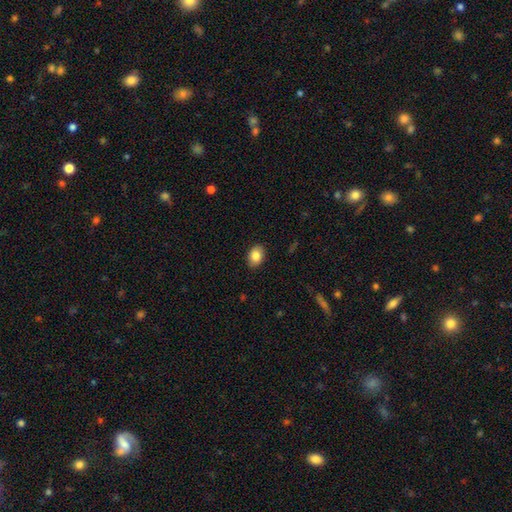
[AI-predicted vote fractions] A smooth galaxy with no disk features (85%) that is in between round and cigar-shaped (76%).

Vote fractions:
- Smooth or featured? smooth: 85% / star or artifact: 8% / featured or disk: 7%
- How rounded? in between: 76% / round: 23% / cigar-shaped: 1%
- Merging? none: 89% / minor disturbance: 8% / major disturbance: 2% / merger: 1%